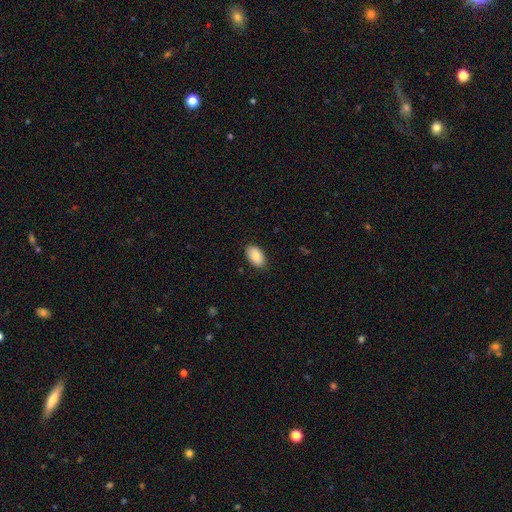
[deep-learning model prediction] This appears to be a smooth galaxy with no disk features (87%) that is in between round and cigar-shaped (94%). Merging: none (87%).